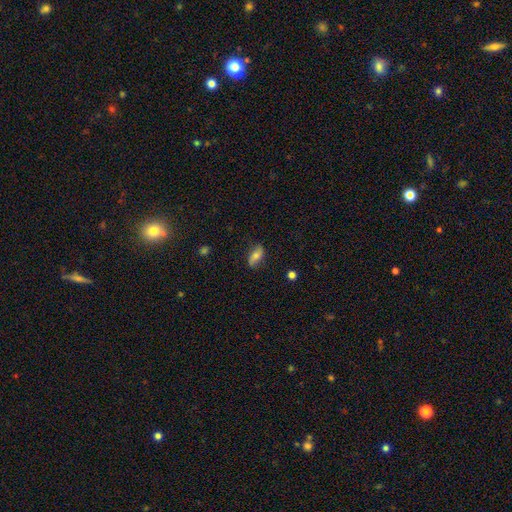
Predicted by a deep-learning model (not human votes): Smooth or featured?
  - smooth: 65% *
  - featured or disk: 27%
  - star or artifact: 8%
How rounded?
  - in between: 83% *
  - cigar-shaped: 12%
  - round: 4%
Merging?
  - none: 80% *
  - minor disturbance: 16%
  - major disturbance: 3%
  - merger: 1%